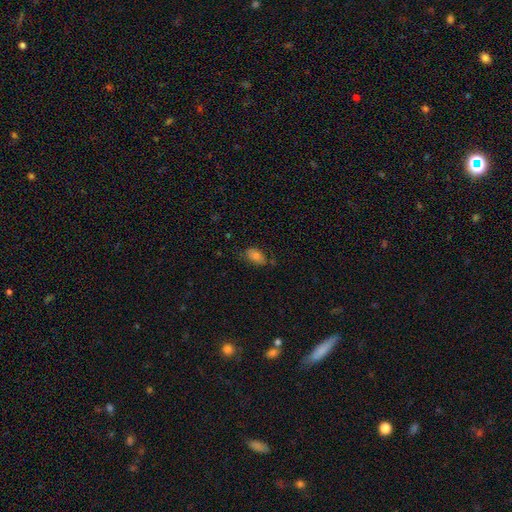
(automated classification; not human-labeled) smooth-or-featured: smooth: 74% | featured or disk: 14% | star or artifact: 12%
  how-rounded: in between: 88% | round: 7% | cigar-shaped: 4%
  merging: none: 69% | minor disturbance: 22% | major disturbance: 6% | merger: 2%